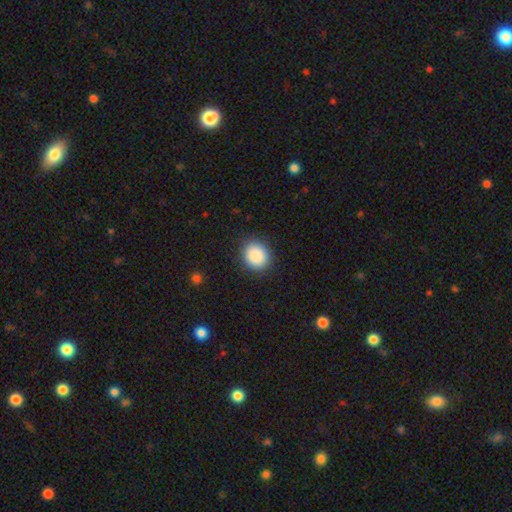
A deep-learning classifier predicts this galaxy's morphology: A smooth galaxy with no disk features (89%) that is round (73%).

Vote fractions:
- Smooth or featured? smooth: 89% / star or artifact: 8% / featured or disk: 3%
- How rounded? round: 73% / in between: 26% / cigar-shaped: 1%
- Merging? none: 89% / minor disturbance: 8% / major disturbance: 3% / merger: 1%